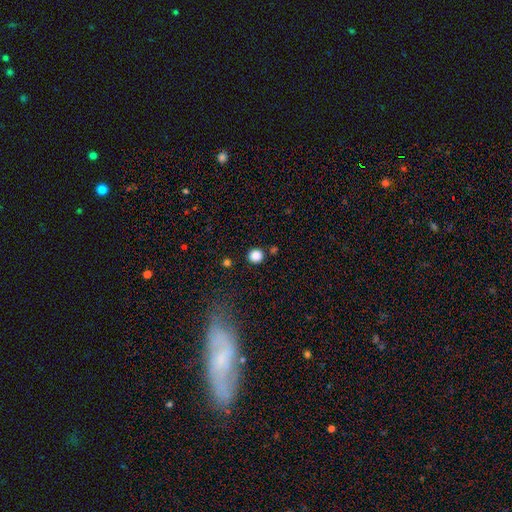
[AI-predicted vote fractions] This is clearly a smooth galaxy (86%). How rounded: clearly round (92%). Merging: clearly none (88%).